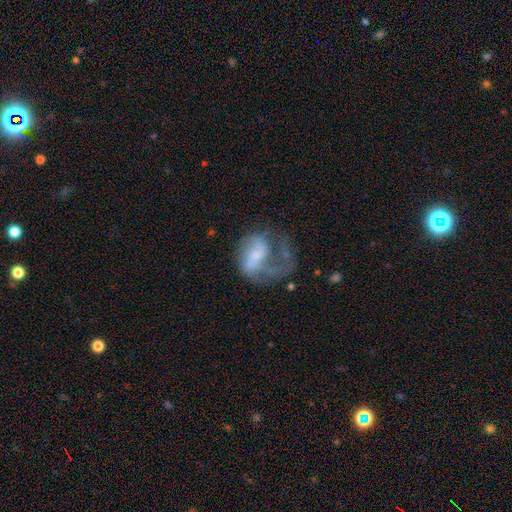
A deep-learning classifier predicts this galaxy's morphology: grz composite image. It shows a featured or disk galaxy (62%) with no bar (51%), spiral arms (67%) and a small central bulge (39%). Merging: major disturbance (56%).